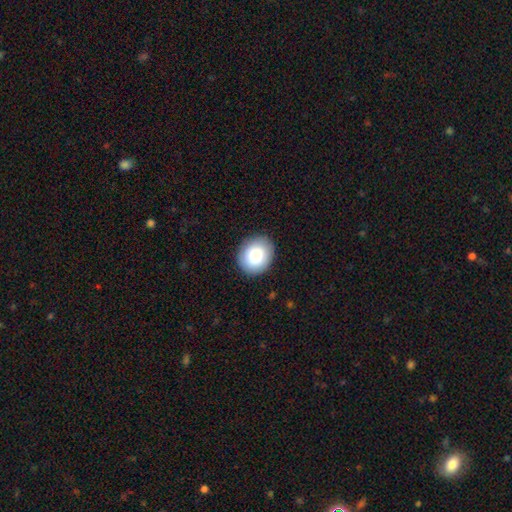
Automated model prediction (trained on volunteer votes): The model was most divided on "how rounded": round: 63%, in between: 36%, cigar-shaped: 1%. More confident: merging — none (89%); smooth or featured — smooth (84%).